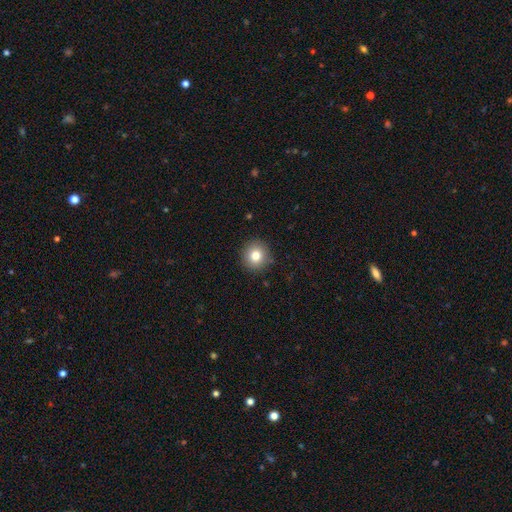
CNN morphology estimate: Smooth or featured: smooth — 81% (star or artifact — 11%)
How rounded: round — 92% (in between — 7%)
Merging: none — 91% (minor disturbance — 6%)